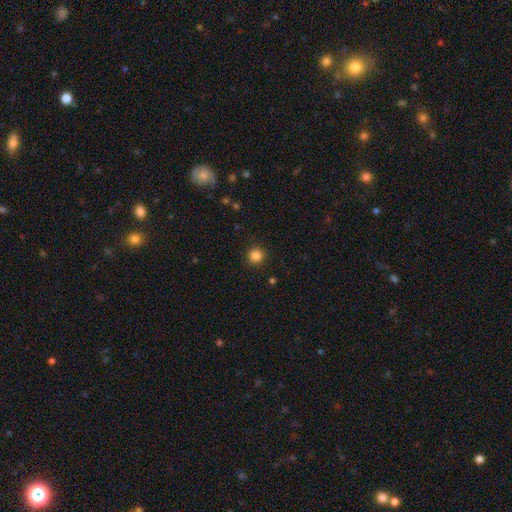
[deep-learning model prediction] This is clearly a smooth galaxy (85%). How rounded: clearly round (95%). Merging: clearly none (92%).